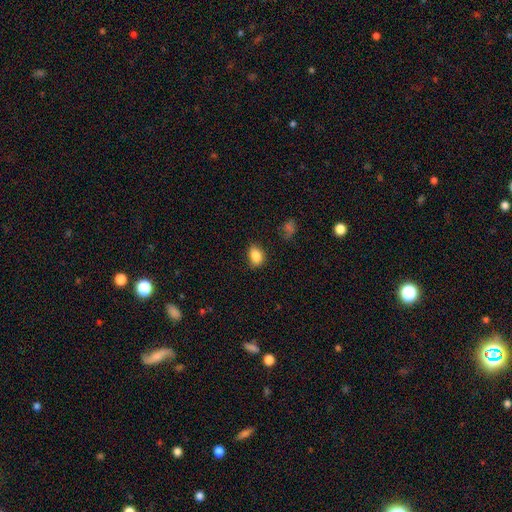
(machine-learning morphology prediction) Smooth or featured?
  - smooth: 86% *
  - star or artifact: 9%
  - featured or disk: 5%
How rounded?
  - in between: 74% *
  - round: 25%
  - cigar-shaped: 1%
Merging?
  - none: 71% *
  - minor disturbance: 22%
  - major disturbance: 5%
  - merger: 2%